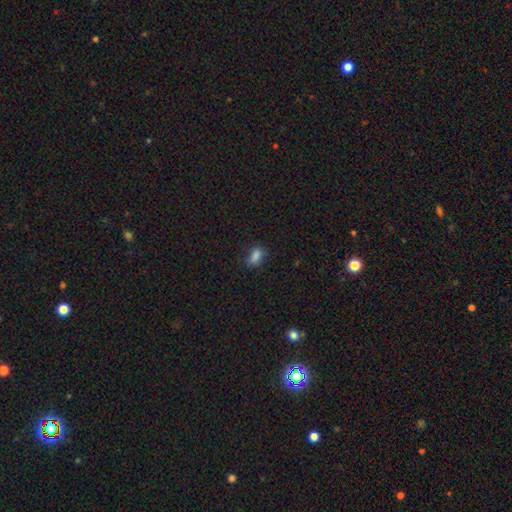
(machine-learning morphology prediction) Smooth or featured? smooth (83%)
How rounded? in between (85%)
Merging? none (75%)